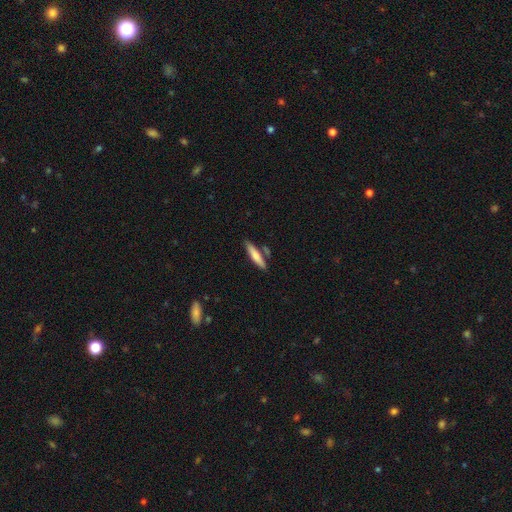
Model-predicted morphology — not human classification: A smooth galaxy with no disk features (71%) that is cigar-shaped (82%).

Vote fractions:
- Smooth or featured? smooth: 71% / featured or disk: 23% / star or artifact: 6%
- How rounded? cigar-shaped: 82% / in between: 17% / round: 2%
- Merging? none: 76% / minor disturbance: 12% / merger: 9% / major disturbance: 2%